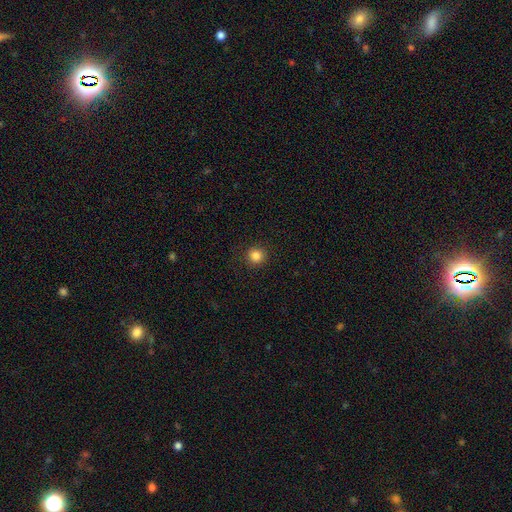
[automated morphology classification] smooth 84%, star or artifact 12%, featured or disk 4%. Down the decision tree: how rounded — round (94%); merging — none (91%).